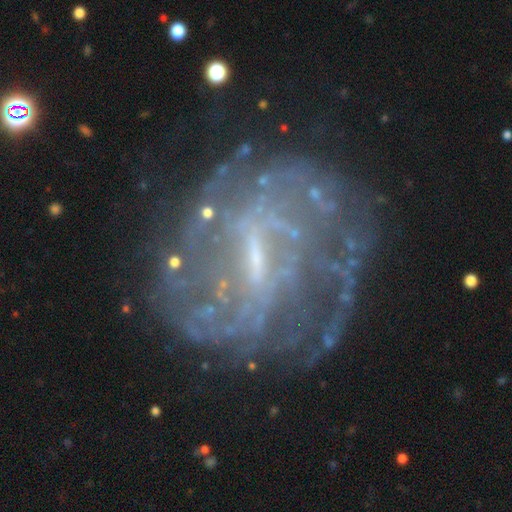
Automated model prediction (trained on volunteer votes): Smooth or featured? Predicted: featured or disk (p=0.81). Edge-on disk? Predicted: no (p=0.97). Bar? Predicted: weak (p=0.48). Spiral arms? Predicted: yes (p=0.85). Spiral winding? Predicted: tight (p=0.55). Spiral arm count? Predicted: can't tell (p=0.48). Bulge size? Predicted: small (p=0.53). Merging? Predicted: none (p=0.70).